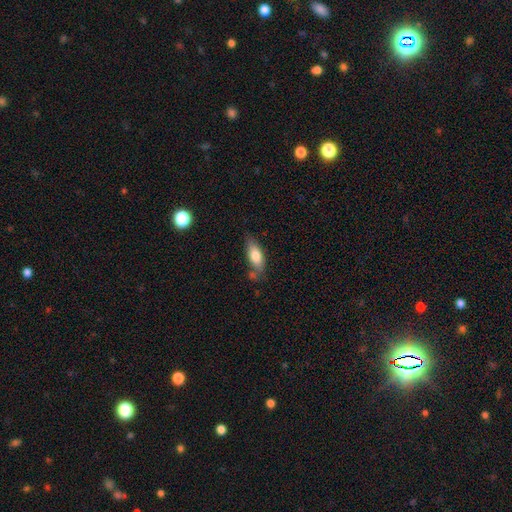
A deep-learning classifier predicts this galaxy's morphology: This is likely a smooth galaxy (76%). How rounded: likely in between (74%). Merging: likely none (64%).